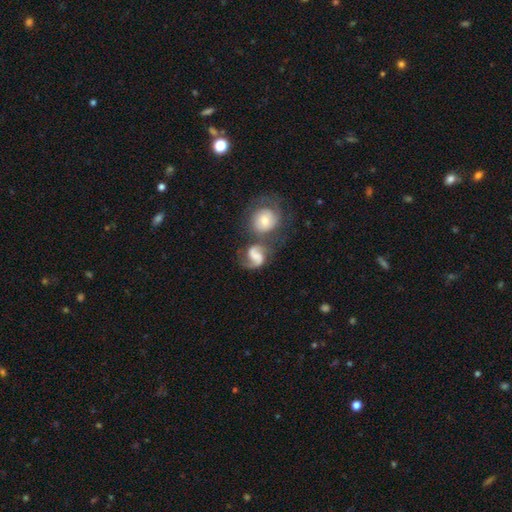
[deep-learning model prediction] The model was most divided on "merging": merger: 39%, none: 37%, minor disturbance: 14%, major disturbance: 11%. Remaining: edge-on disk — no (98%); spiral arms — yes (93%); spiral arm count — 2 (86%); smooth or featured — featured or disk (73%); spiral winding — medium (46%); bar — weak (42%); bulge size — none (30%).